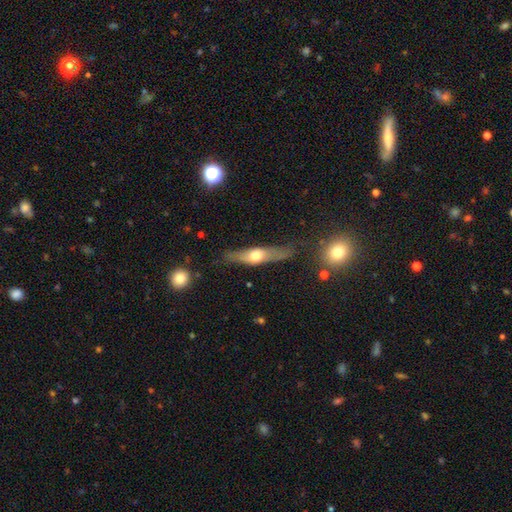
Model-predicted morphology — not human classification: This appears to be a featured or disk galaxy (53%) viewed edge-on (83%). Merging: none (75%).